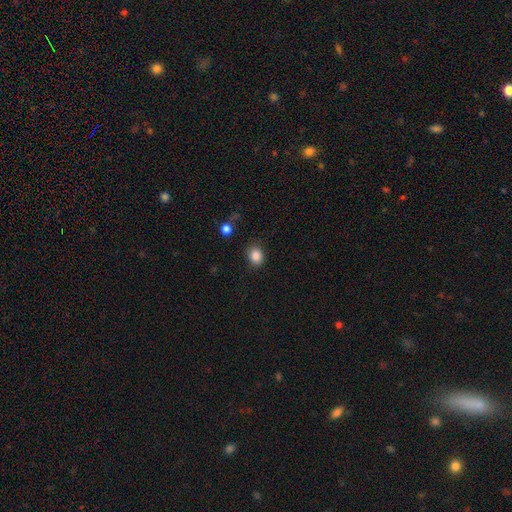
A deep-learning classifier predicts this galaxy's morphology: smooth 86%, star or artifact 10%, featured or disk 4%. Down the decision tree: how rounded — round (52%); merging — none (81%).